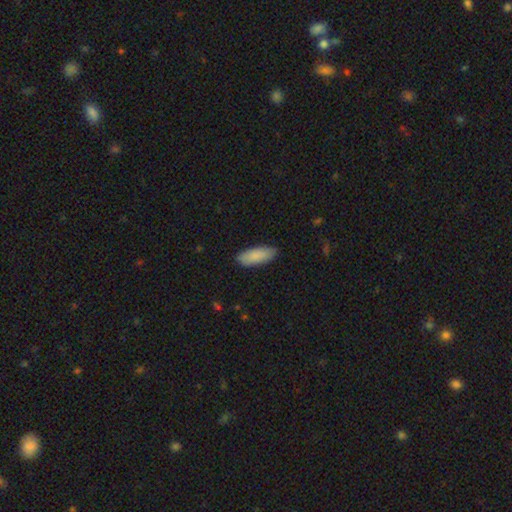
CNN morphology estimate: Smooth or featured?
  - smooth: 86% *
  - featured or disk: 8%
  - star or artifact: 5%
How rounded?
  - in between: 75% *
  - cigar-shaped: 23%
  - round: 2%
Merging?
  - none: 86% *
  - minor disturbance: 11%
  - major disturbance: 2%
  - merger: 1%